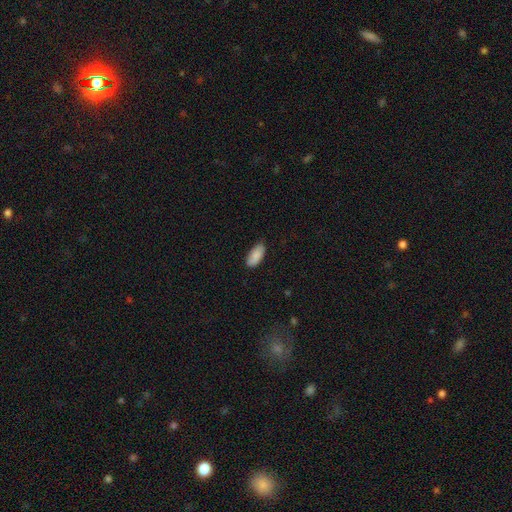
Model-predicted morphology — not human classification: smooth_or_featured: smooth (p=0.88) [alt: star or artifact p=0.06]
how_rounded: in between (p=0.91) [alt: cigar-shaped p=0.07]
merging: none (p=0.81) [alt: minor disturbance p=0.16]